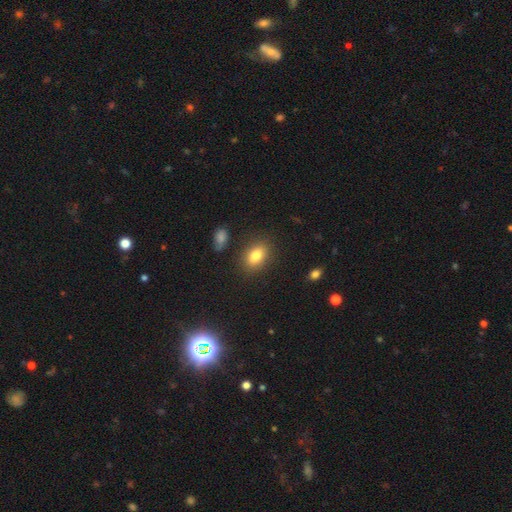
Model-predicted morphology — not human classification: This appears to be a smooth galaxy with no disk features (81%) that is in between round and cigar-shaped (82%). Merging: none (84%).